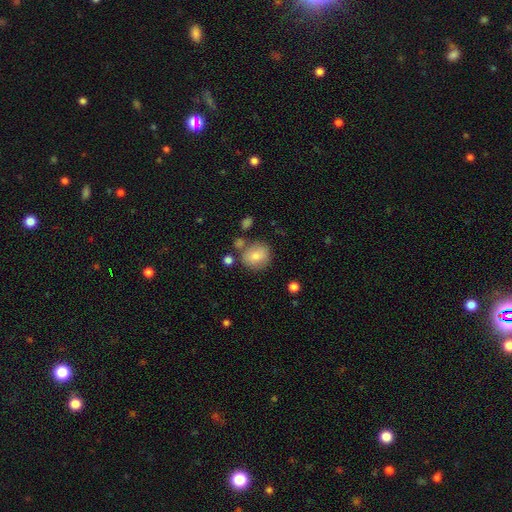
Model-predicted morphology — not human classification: Smooth or featured? smooth (79%)
How rounded? round (79%)
Merging? none (72%)